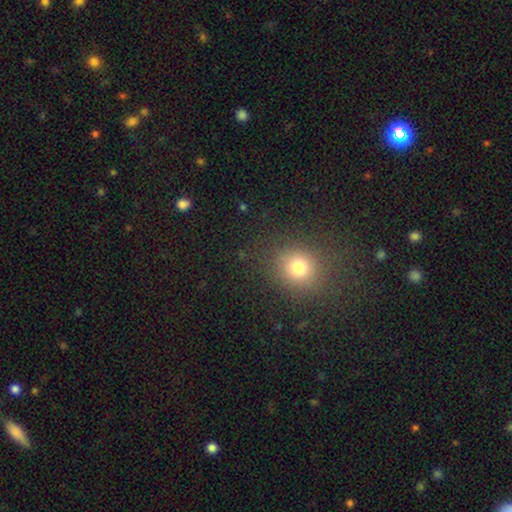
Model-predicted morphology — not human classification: Q: Smooth or featured?
A: smooth (69%); runner-up: star or artifact (25%)
Q: How rounded?
A: round (82%); runner-up: in between (17%)
Q: Merging?
A: none (89%); runner-up: minor disturbance (7%)